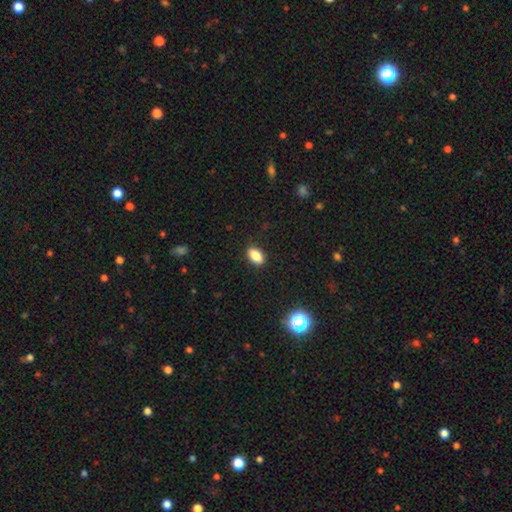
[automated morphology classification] The model was most divided on "smooth or featured": smooth: 85%, star or artifact: 10%, featured or disk: 6%. More confident: how rounded — in between (89%); merging — none (88%).